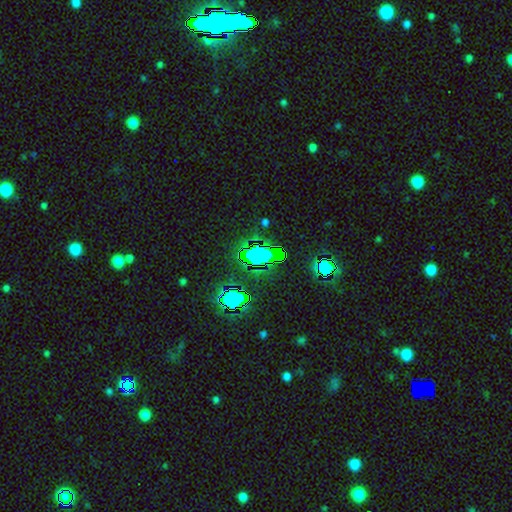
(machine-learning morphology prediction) Overall: star or artifact (80%).